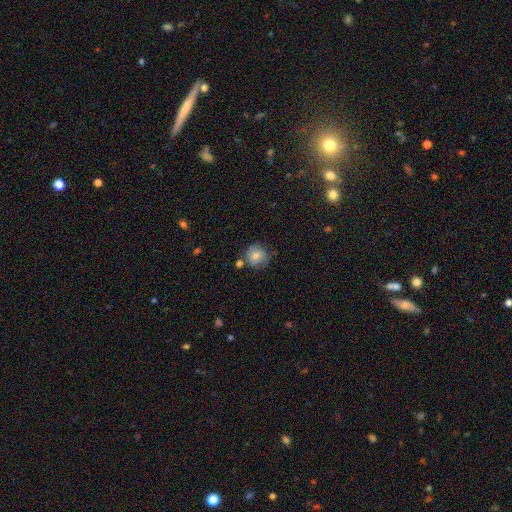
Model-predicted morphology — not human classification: The model was most divided on "merging": none: 69%, minor disturbance: 17%, merger: 9%, major disturbance: 4%. More confident: how rounded — round (88%); smooth or featured — smooth (74%).